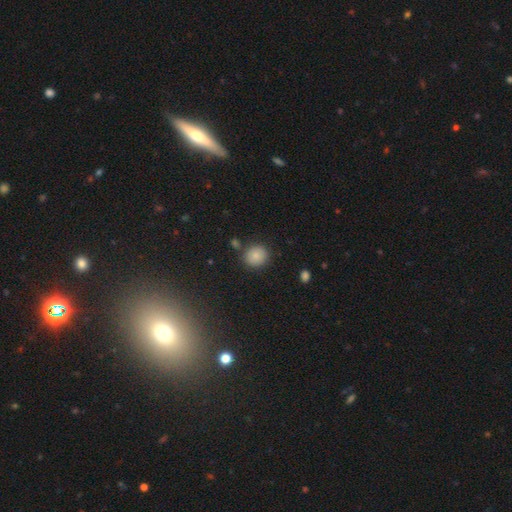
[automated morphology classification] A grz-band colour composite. It shows a smooth galaxy with no disk features (85%) that is round (83%). Merging: none (82%).